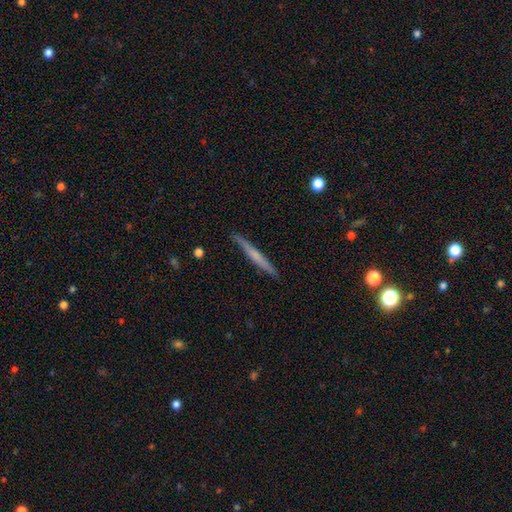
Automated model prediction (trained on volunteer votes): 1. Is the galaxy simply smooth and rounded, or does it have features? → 49% featured or disk, 45% smooth, 6% star or artifact.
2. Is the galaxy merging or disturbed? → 88% none, 9% minor disturbance, 2% major disturbance, 1% merger.